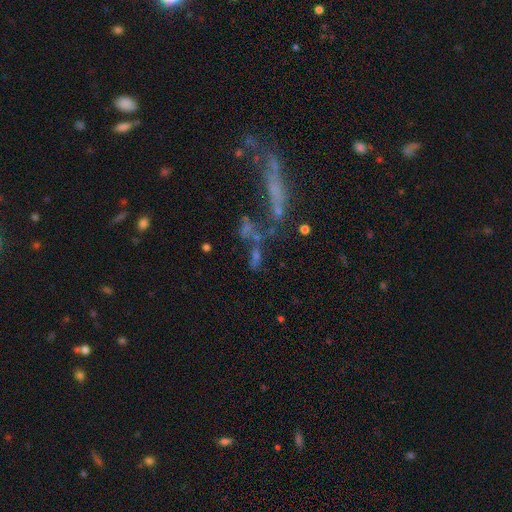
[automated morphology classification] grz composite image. It shows a star or artifact, not a galaxy (35%).